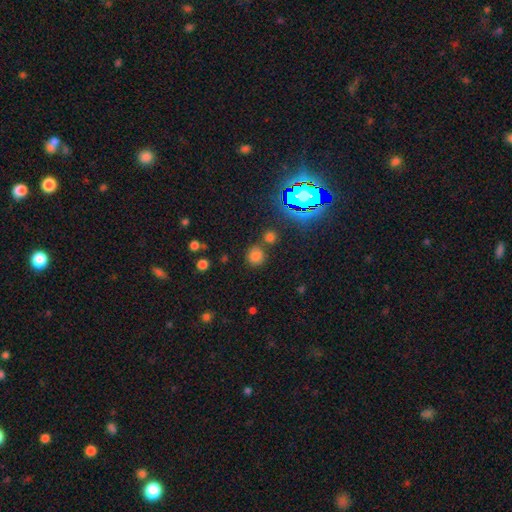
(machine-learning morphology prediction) smooth 70%, star or artifact 23%, featured or disk 6%. Down the decision tree: how rounded — round (88%); merging — none (74%).